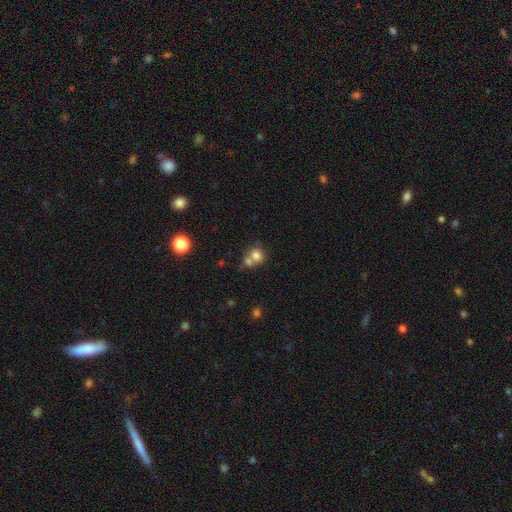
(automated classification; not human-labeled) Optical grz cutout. It shows a smooth galaxy with no disk features (76%) that is round (78%). Merging: merger (48%).